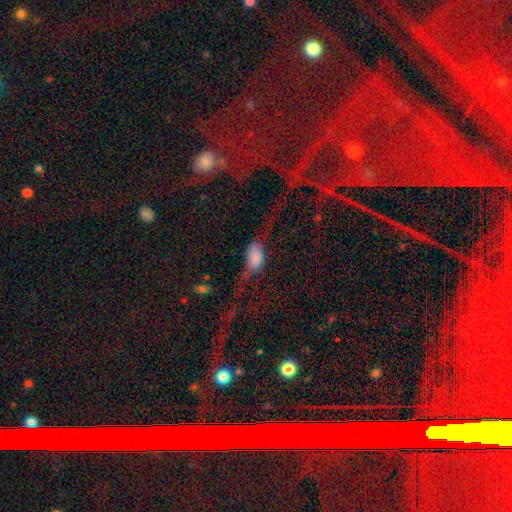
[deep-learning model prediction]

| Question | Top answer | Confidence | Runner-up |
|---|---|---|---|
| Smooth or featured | smooth | 72% | featured or disk (18%) |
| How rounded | in between | 91% | round (5%) |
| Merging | major disturbance | 40% | none (30%) |